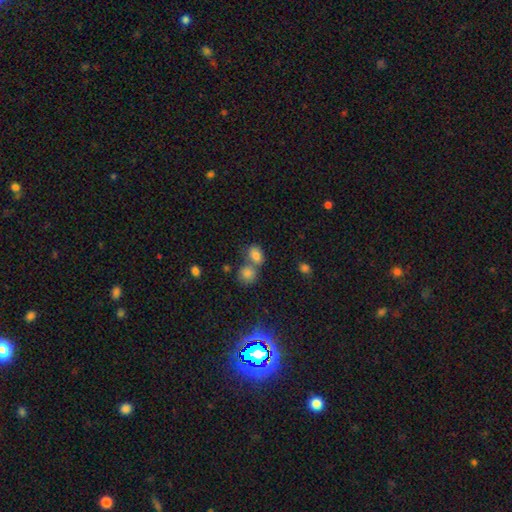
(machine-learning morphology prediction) smooth 81%, star or artifact 11%, featured or disk 8%. Down the decision tree: how rounded — in between (71%); merging — merger (43%, tied with none).